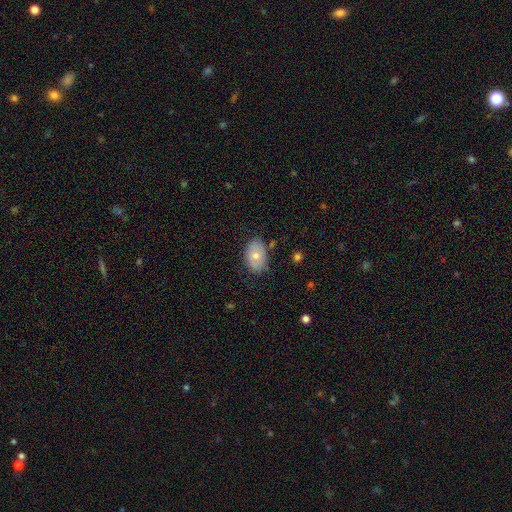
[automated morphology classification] The model was most divided on "smooth or featured": smooth: 70%, featured or disk: 23%, star or artifact: 7%. More confident: how rounded — in between (86%); merging — none (81%).